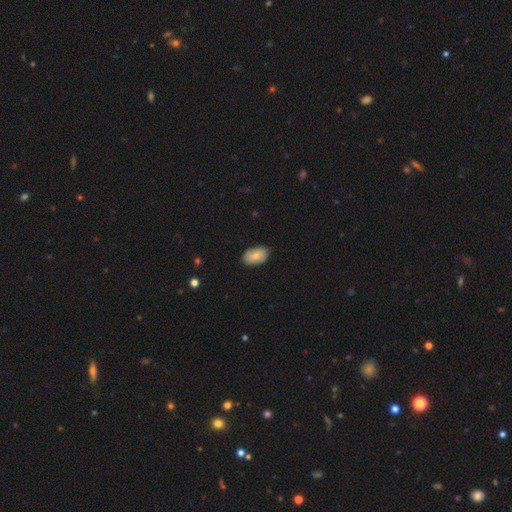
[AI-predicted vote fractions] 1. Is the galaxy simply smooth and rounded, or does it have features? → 81% smooth, 12% featured or disk, 6% star or artifact.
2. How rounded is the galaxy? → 93% in between, 5% round, 1% cigar-shaped.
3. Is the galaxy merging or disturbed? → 80% none, 17% minor disturbance, 2% major disturbance, 1% merger.